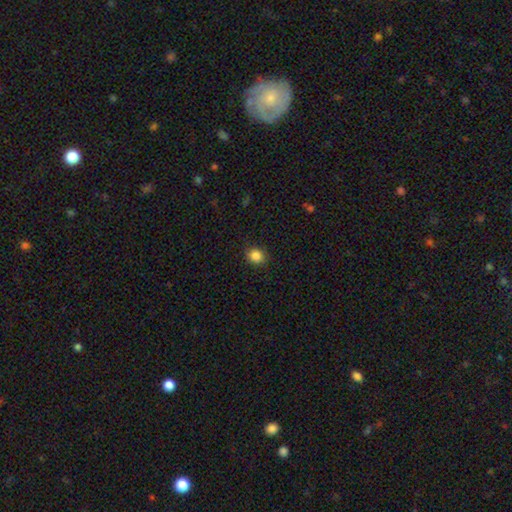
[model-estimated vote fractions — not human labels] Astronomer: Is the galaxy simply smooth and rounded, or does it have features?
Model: smooth — 86%.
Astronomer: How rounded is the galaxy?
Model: round — 73%.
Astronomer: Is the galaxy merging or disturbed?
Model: none — 86%.